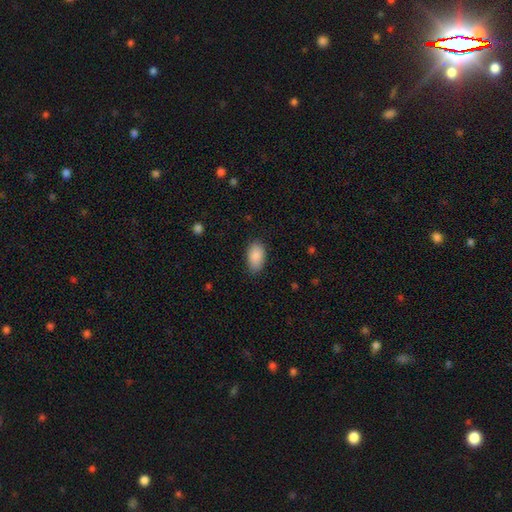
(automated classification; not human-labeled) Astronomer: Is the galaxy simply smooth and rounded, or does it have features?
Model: smooth — 89%.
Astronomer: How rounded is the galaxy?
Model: in between — 93%.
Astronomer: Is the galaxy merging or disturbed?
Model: none — 80%.